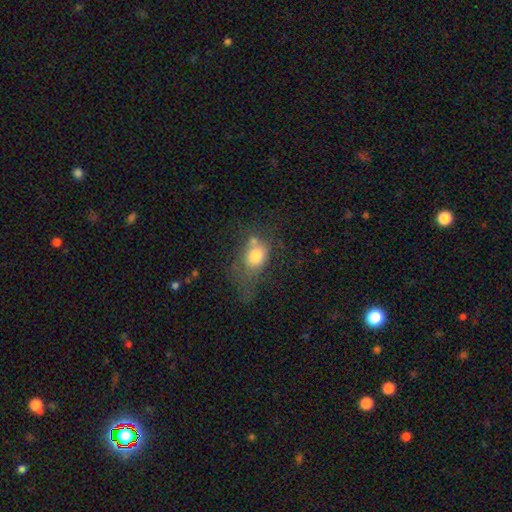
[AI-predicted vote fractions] smooth-or-featured: smooth: 72% | featured or disk: 17% | star or artifact: 11%
  how-rounded: in between: 59% | round: 39% | cigar-shaped: 2%
  merging: none: 32% | major disturbance: 24% | minor disturbance: 23% | merger: 21%